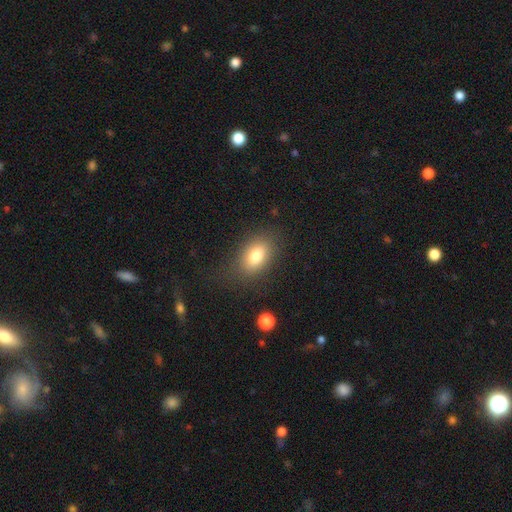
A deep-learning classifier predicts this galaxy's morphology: smooth 80%, featured or disk 11%, star or artifact 9%. Down the decision tree: how rounded — in between (86%); merging — none (79%).